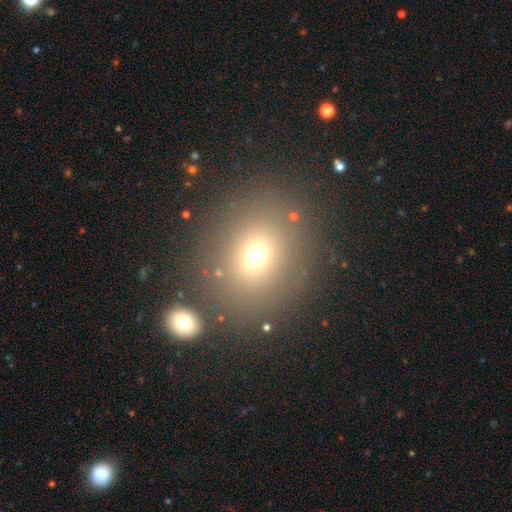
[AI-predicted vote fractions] Smooth or featured?
  - smooth: 68% *
  - star or artifact: 20%
  - featured or disk: 12%
How rounded?
  - round: 72% *
  - in between: 27%
  - cigar-shaped: 1%
Merging?
  - none: 78% *
  - minor disturbance: 9%
  - merger: 8%
  - major disturbance: 5%